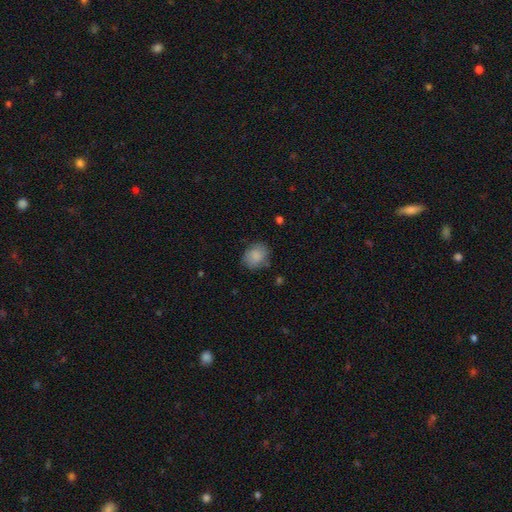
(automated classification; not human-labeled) The model was most divided on "how rounded": round: 53%, in between: 46%, cigar-shaped: 1%. More confident: smooth or featured — smooth (84%); merging — none (76%).